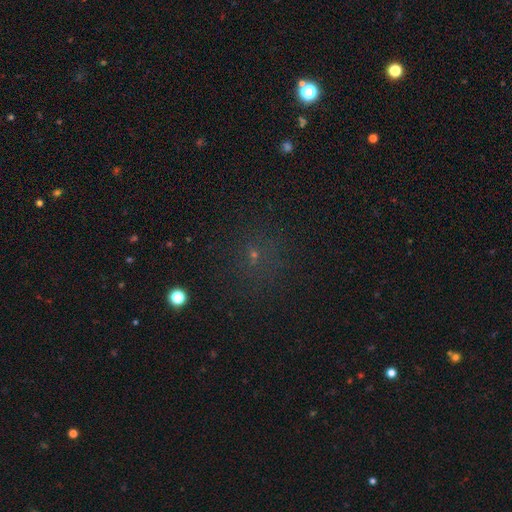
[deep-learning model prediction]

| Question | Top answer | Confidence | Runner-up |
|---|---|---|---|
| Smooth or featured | smooth | 45% | star or artifact (44%) |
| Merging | none | 80% | minor disturbance (10%) |